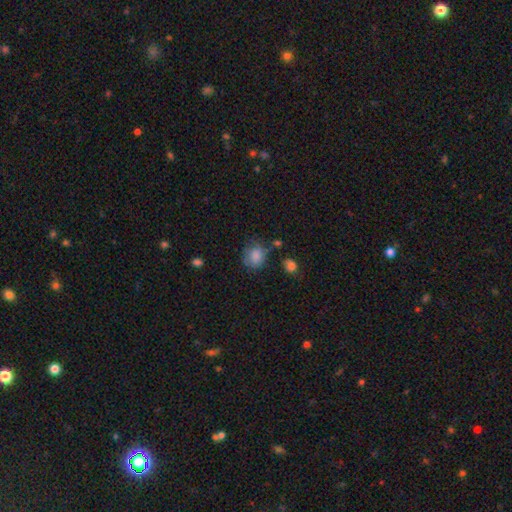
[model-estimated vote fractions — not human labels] Smooth or featured? smooth (83%)
How rounded? round (66%)
Merging? none (62%)